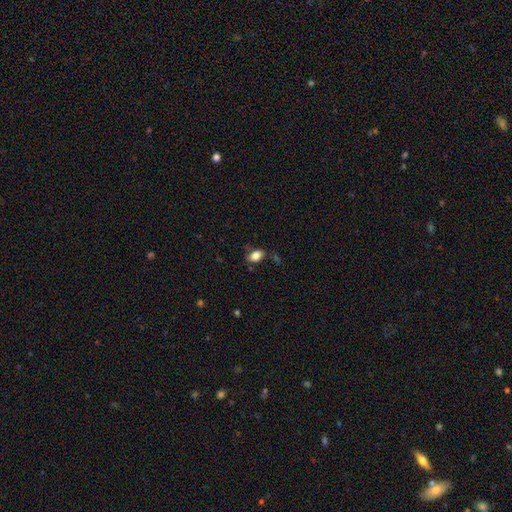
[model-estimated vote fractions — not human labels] This appears to be a smooth galaxy with no disk features (82%) that is in between round and cigar-shaped (87%). Merging: none (75%).